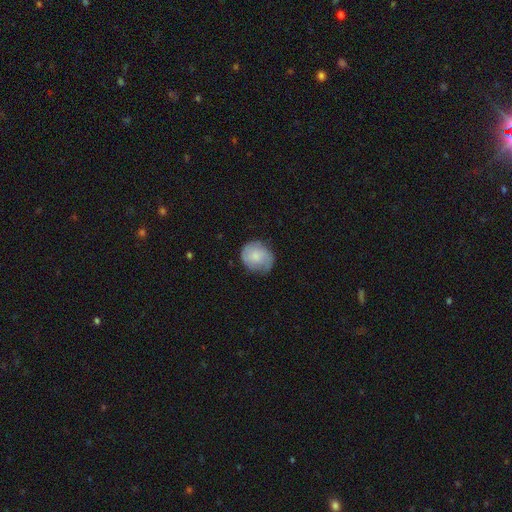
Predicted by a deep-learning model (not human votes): A smooth galaxy with no disk features (68%) that is round (74%).

Vote fractions:
- Smooth or featured? smooth: 68% / featured or disk: 26% / star or artifact: 7%
- How rounded? round: 74% / in between: 25% / cigar-shaped: 1%
- Merging? none: 66% / minor disturbance: 26% / major disturbance: 7% / merger: 1%